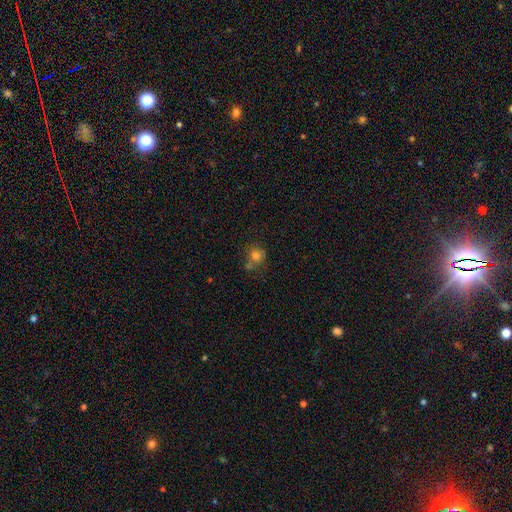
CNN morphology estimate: type=smooth (75%); roundness=round (82%); merging=none (54%).